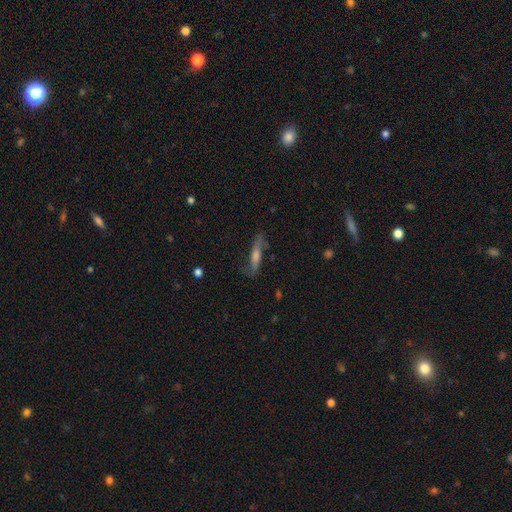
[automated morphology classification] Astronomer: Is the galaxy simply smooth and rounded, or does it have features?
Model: featured or disk — 65%.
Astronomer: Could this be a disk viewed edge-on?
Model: no — 56% (runner-up: yes, 44%).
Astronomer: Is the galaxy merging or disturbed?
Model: none — 68%.